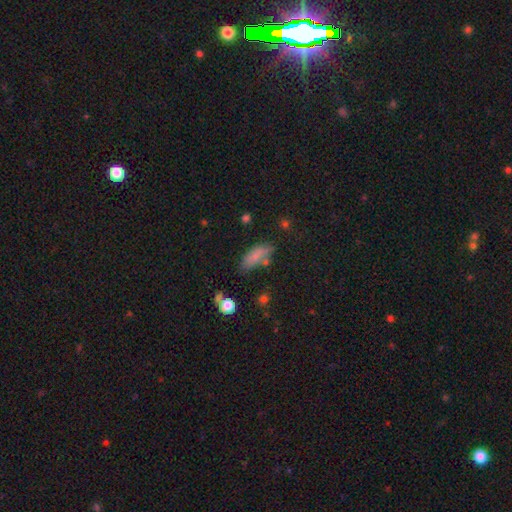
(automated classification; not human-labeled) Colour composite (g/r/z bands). It shows a smooth galaxy with no disk features (76%) that is in between round and cigar-shaped (70%). Merging: none (57%).